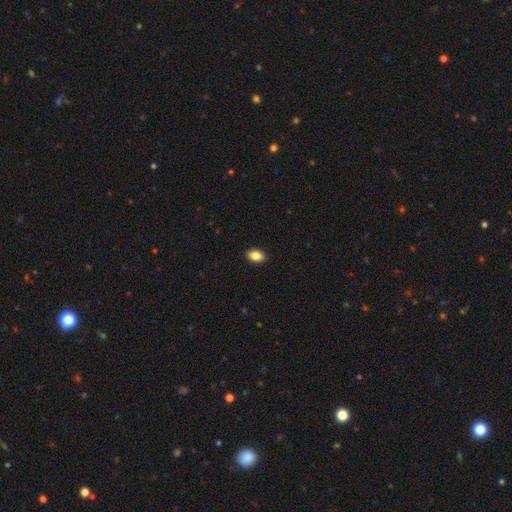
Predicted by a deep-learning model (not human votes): Overall: smooth (87%). How rounded: in between (84%). Merging: none (91%).